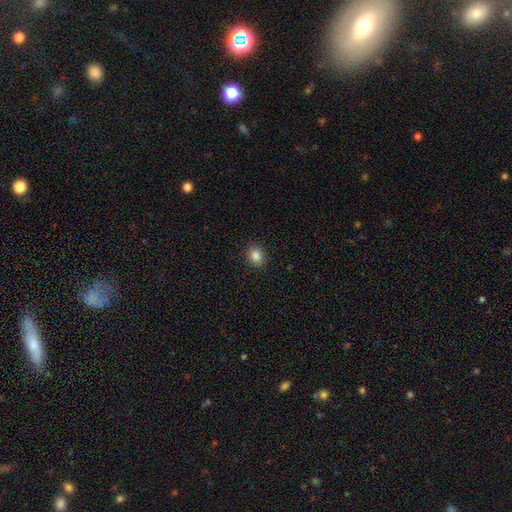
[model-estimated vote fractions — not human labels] smooth_or_featured: smooth (p=0.85) [alt: star or artifact p=0.10]
how_rounded: round (p=0.60) [alt: in between p=0.39]
merging: none (p=0.89) [alt: minor disturbance p=0.07]